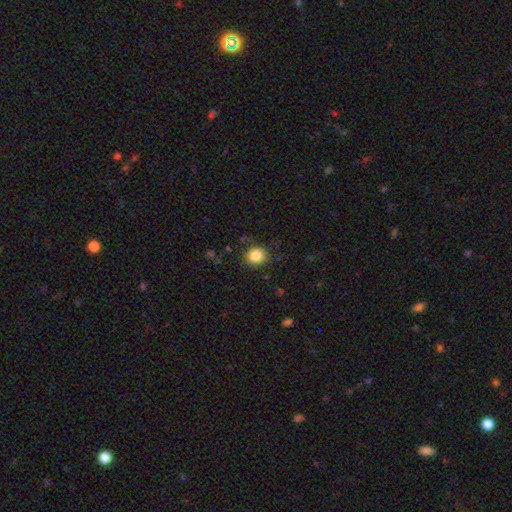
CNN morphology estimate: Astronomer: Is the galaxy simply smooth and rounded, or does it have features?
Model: smooth — 85%.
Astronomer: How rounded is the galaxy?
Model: round — 80%.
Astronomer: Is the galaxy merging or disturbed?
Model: none — 84%.